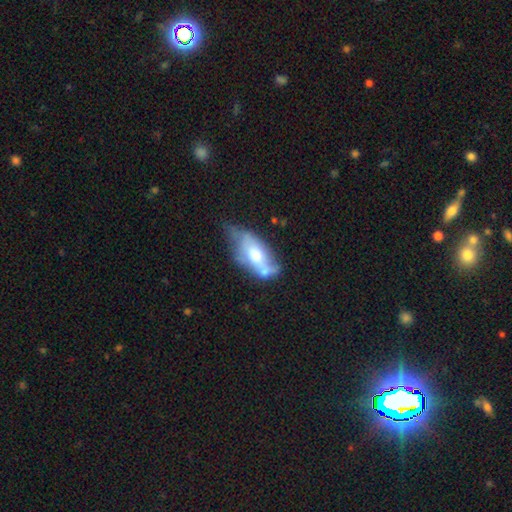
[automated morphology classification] smooth-or-featured: smooth: 47% | featured or disk: 45% | star or artifact: 7%
  merging: minor disturbance: 32% | none: 27% | merger: 21% | major disturbance: 20%